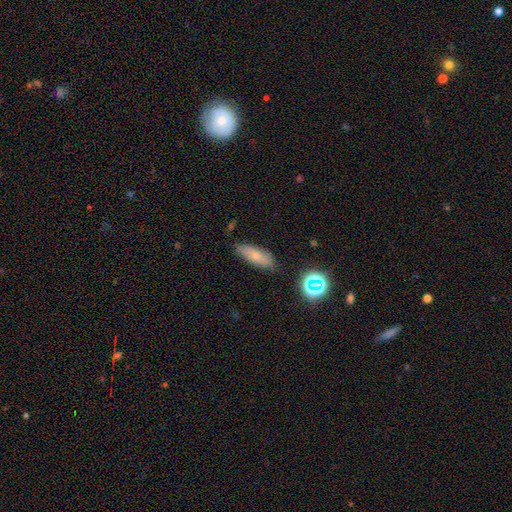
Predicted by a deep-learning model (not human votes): A smooth galaxy with no disk features (69%) that is in between round and cigar-shaped (56%).

Vote fractions:
- Smooth or featured? smooth: 69% / featured or disk: 19% / star or artifact: 11%
- How rounded? in between: 56% / cigar-shaped: 40% / round: 4%
- Merging? none: 80% / minor disturbance: 15% / major disturbance: 3% / merger: 2%